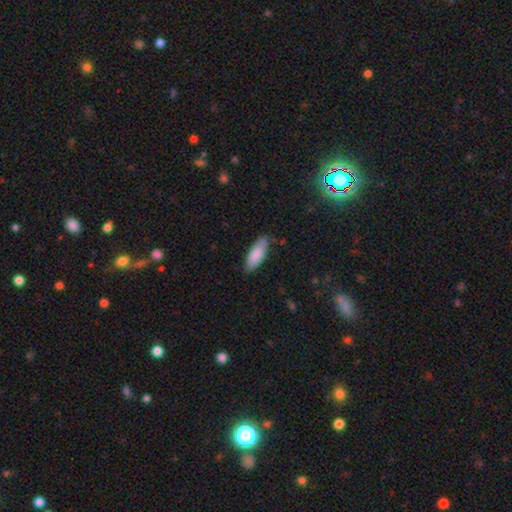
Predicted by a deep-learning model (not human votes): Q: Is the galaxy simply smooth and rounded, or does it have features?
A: smooth — 85%.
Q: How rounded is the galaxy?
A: in between — 74%.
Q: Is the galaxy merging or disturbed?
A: none — 81%.